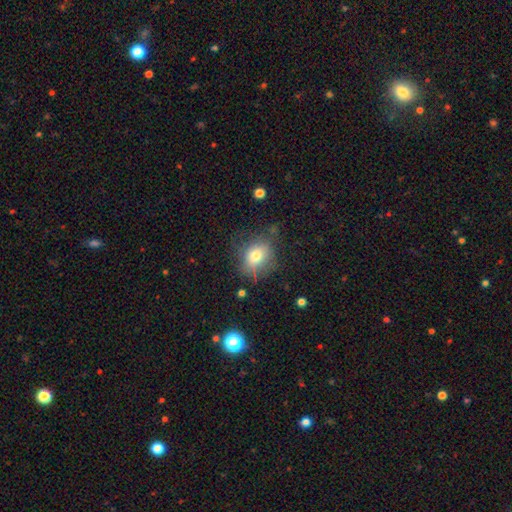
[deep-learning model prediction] Smooth or featured: smooth — 70% (featured or disk — 17%)
How rounded: round — 55% (in between — 43%)
Merging: none — 67% (minor disturbance — 21%)